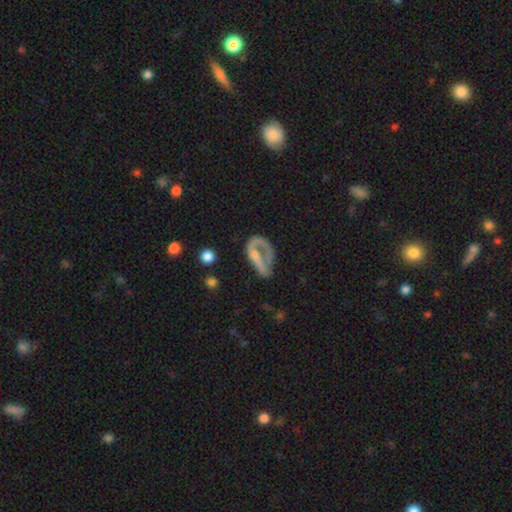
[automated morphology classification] A featured or disk galaxy (60%) with no bar (64%), no spiral arms (59%) and no central bulge (38%).

Vote fractions:
- Smooth or featured? featured or disk: 60% / smooth: 30% / star or artifact: 11%
- Edge-on disk? no: 92% / yes: 8%
- Bar? no: 64% / weak: 20% / strong: 16%
- Spiral arms? no: 59% / yes: 41%
- Bulge size? none: 38% / small: 33% / moderate: 23% / large: 4% / dominant: 2%
- Merging? major disturbance: 43% / none: 33% / minor disturbance: 19% / merger: 6%